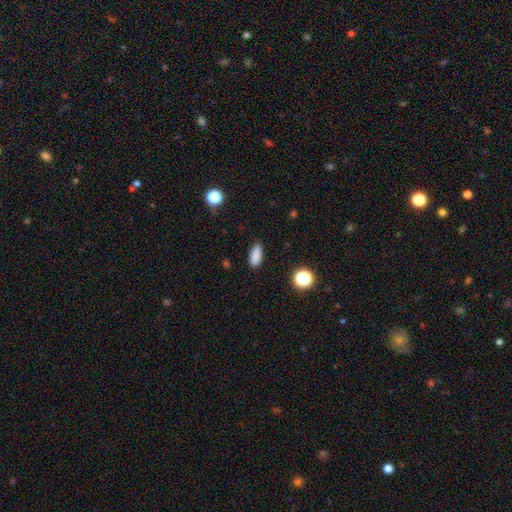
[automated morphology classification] type=smooth (86%); roundness=in between (75%); merging=none (86%).